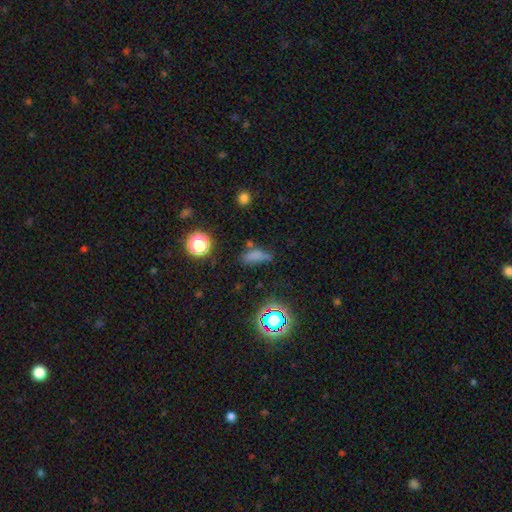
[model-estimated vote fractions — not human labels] Smooth or featured?
  - smooth: 66% *
  - star or artifact: 21%
  - featured or disk: 12%
How rounded?
  - in between: 61% *
  - cigar-shaped: 30%
  - round: 9%
Merging?
  - none: 50% *
  - minor disturbance: 27%
  - major disturbance: 14%
  - merger: 9%